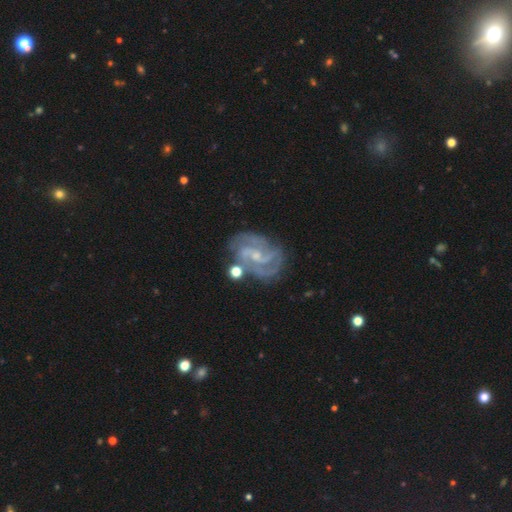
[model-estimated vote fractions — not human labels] smooth-or-featured: featured or disk: 89% | star or artifact: 6% | smooth: 5%
  disk-edge-on: no: 98% | yes: 2%
    bar: weak: 48% | no: 34% | strong: 18%
    has-spiral-arms: yes: 97% | no: 3%
      spiral-winding: medium: 47% | tight: 44% | loose: 9%
      spiral-arm-count: 2: 46% | 3: 27% | can't tell: 11% | 4: 7% | 1: 4% | more than 4: 4%
    bulge-size: small: 71% | moderate: 22% | none: 5% | large: 1% | dominant: 1%
  merging: none: 69% | minor disturbance: 18% | major disturbance: 7% | merger: 6%